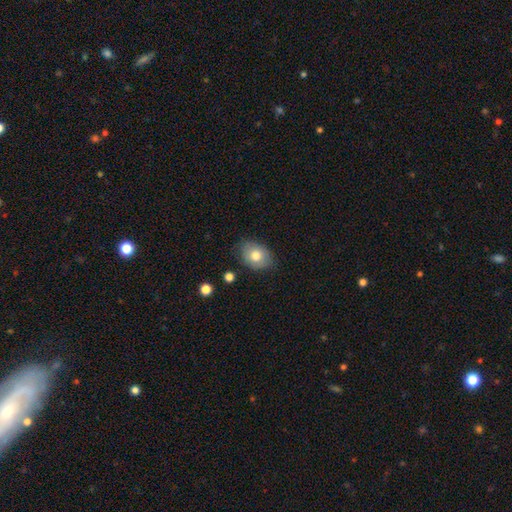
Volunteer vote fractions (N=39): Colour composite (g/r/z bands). It shows a smooth galaxy with no disk features (69%) that is in between round and cigar-shaped (67%). Merging: none (89%).